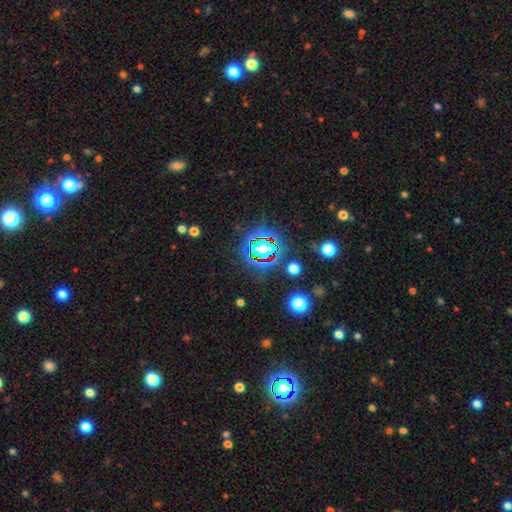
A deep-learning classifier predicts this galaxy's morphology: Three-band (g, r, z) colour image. It shows a star or artifact, not a galaxy (80%).